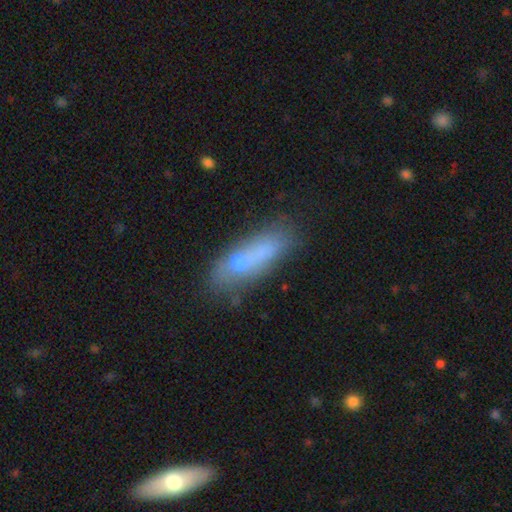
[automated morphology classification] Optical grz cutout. It shows a smooth galaxy with no disk features (59%) that is in between round and cigar-shaped (54%). Merging: none (44%).